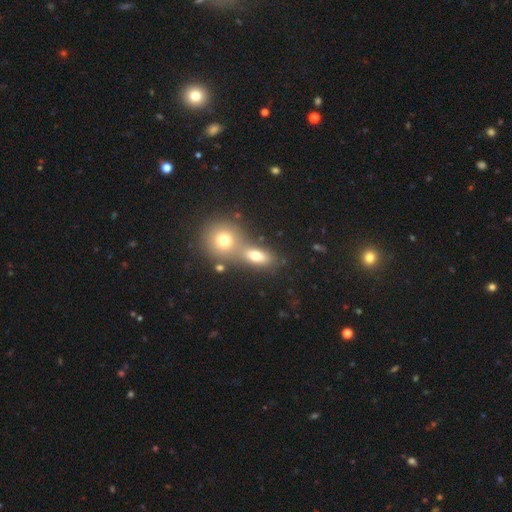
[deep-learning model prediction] A smooth galaxy with no disk features (71%) that is in between round and cigar-shaped (64%). Merging: merger (51%).